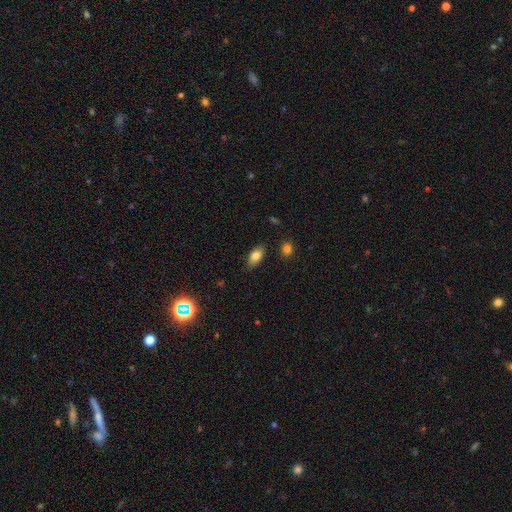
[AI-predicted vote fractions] A smooth galaxy with no disk features (80%) that is in between round and cigar-shaped (88%). Merging: none (84%).